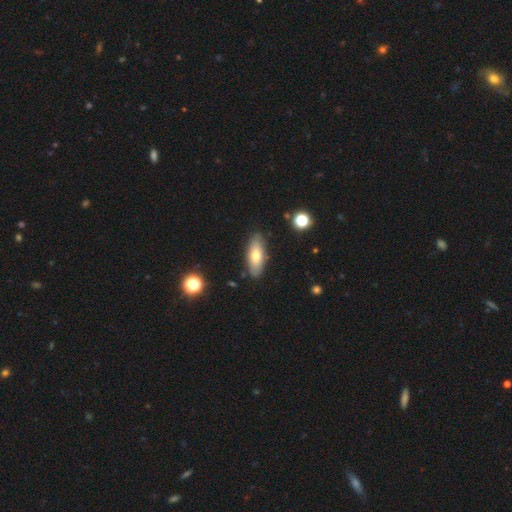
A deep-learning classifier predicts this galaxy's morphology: Smooth or featured?
  - smooth: 67% *
  - featured or disk: 27%
  - star or artifact: 7%
How rounded?
  - in between: 70% *
  - cigar-shaped: 27%
  - round: 3%
Merging?
  - none: 86% *
  - minor disturbance: 10%
  - major disturbance: 2%
  - merger: 2%